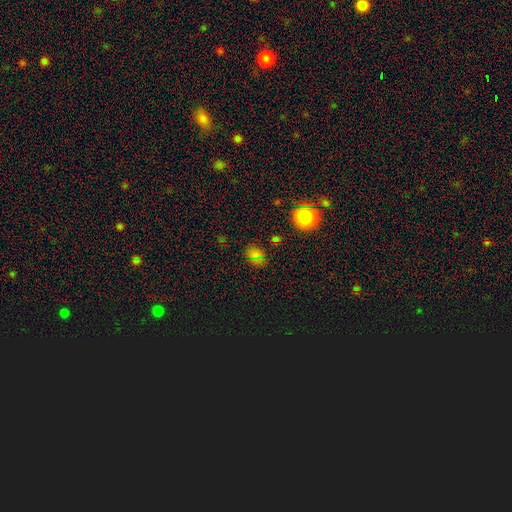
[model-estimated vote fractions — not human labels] Smooth or featured? Predicted: smooth (p=0.58). How rounded? Predicted: in between (p=0.54). Merging? Predicted: none (p=0.84).